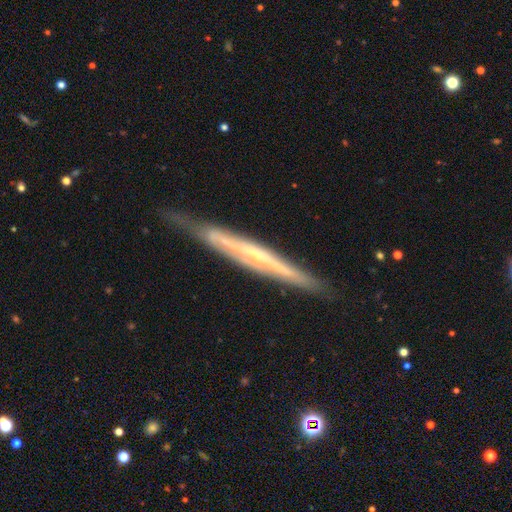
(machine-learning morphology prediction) smooth-or-featured: featured or disk: 76% | smooth: 18% | star or artifact: 6%
  disk-edge-on: yes: 95% | no: 5%
    edge-on-bulge: none: 54% | rounded: 37% | boxy: 8%
  merging: none: 78% | minor disturbance: 18% | major disturbance: 3% | merger: 2%